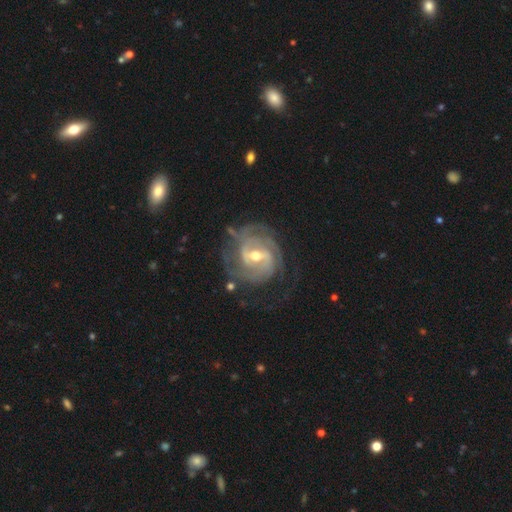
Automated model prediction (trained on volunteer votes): This is clearly a featured or disk galaxy (90%). It is clearly not viewed edge-on (97%). Bar: possibly weak (51%). Spiral arm pattern: clearly yes (96%). Spiral arm count: marginally 2 (34%). Spiral winding: possibly tight (58%). Central bulge: possibly moderate (59%). Merging: likely none (67%).